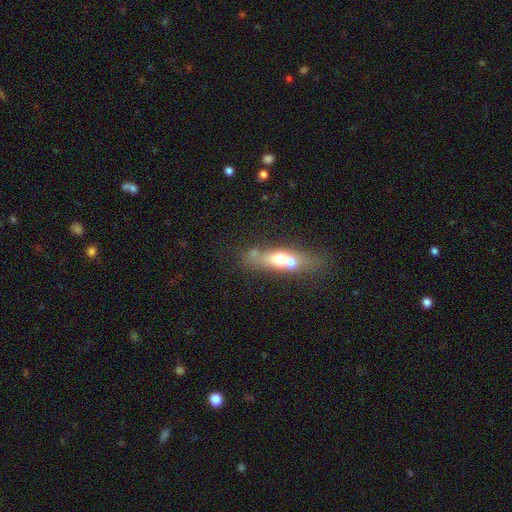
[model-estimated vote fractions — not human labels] Smooth or featured: smooth — 48% (featured or disk — 41%)
Merging: merger — 44% (none — 39%)